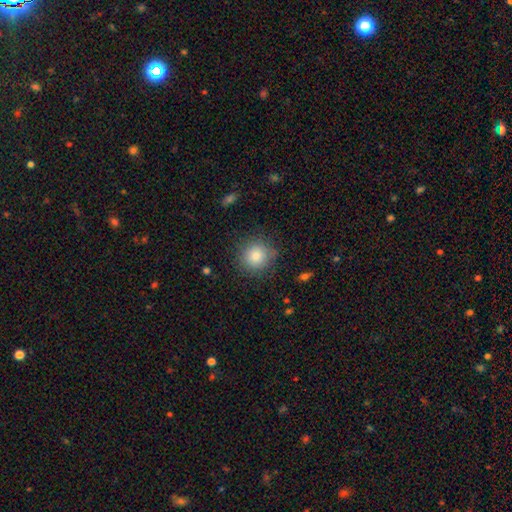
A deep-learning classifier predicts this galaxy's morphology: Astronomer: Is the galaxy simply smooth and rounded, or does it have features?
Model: smooth — 84%.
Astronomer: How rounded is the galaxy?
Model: round — 91%.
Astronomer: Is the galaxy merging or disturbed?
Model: none — 85%.